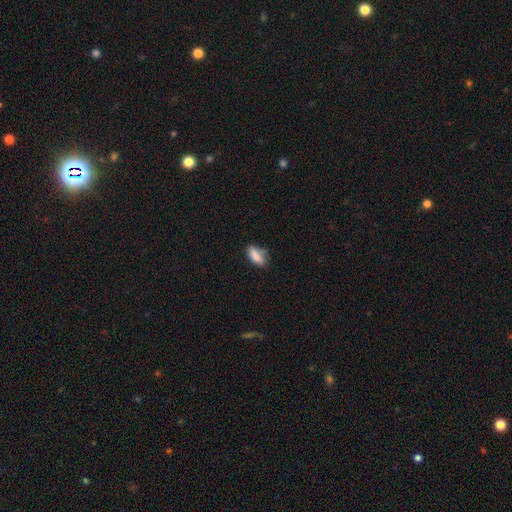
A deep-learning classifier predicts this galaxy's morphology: This is clearly a smooth galaxy (85%). How rounded: clearly in between (81%). Merging: likely none (62%).